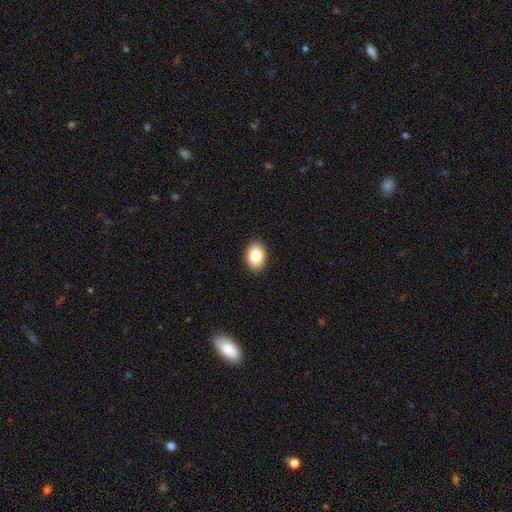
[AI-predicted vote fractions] This is clearly a smooth galaxy (83%). How rounded: clearly in between (81%). Merging: clearly none (90%).